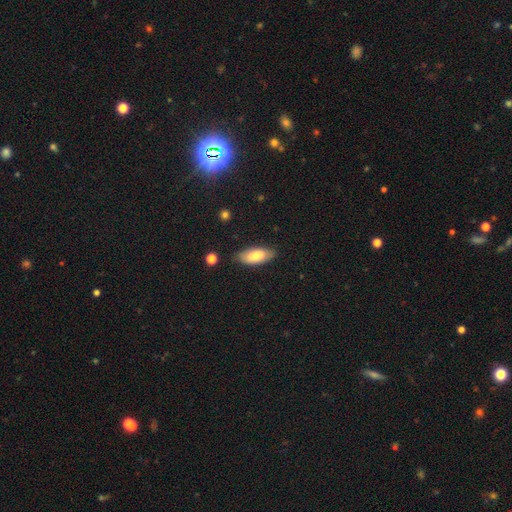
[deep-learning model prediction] This is likely a smooth galaxy (76%). How rounded: clearly in between (84%). Merging: clearly none (82%).